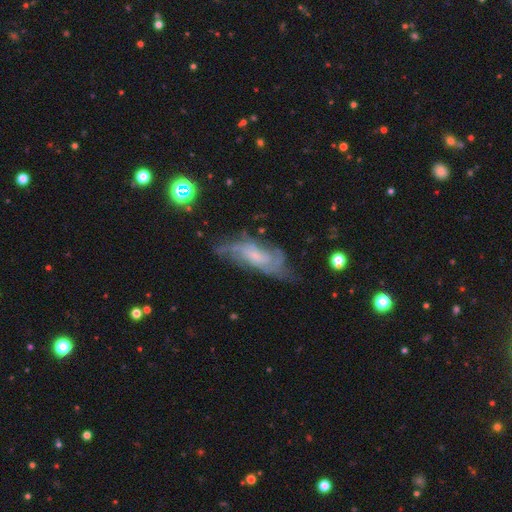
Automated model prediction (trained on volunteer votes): Q: Smooth or featured?
A: featured or disk (74%); runner-up: smooth (17%)
Q: Edge-on disk?
A: no (85%); runner-up: yes (15%)
Q: Bar?
A: no (63%); runner-up: weak (31%)
Q: Spiral arms?
A: yes (88%); runner-up: no (12%)
Q: Spiral winding?
A: medium (42%); runner-up: tight (36%)
Q: Spiral arm count?
A: can't tell (42%); runner-up: 2 (25%)
Q: Bulge size?
A: small (65%); runner-up: moderate (19%)
Q: Merging?
A: none (58%); runner-up: minor disturbance (24%)